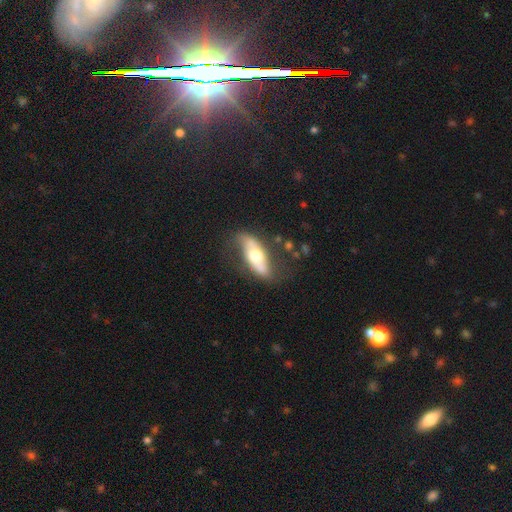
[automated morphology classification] This is possibly a featured or disk galaxy (57%). It is likely not viewed edge-on (73%). Merging: likely none (65%).